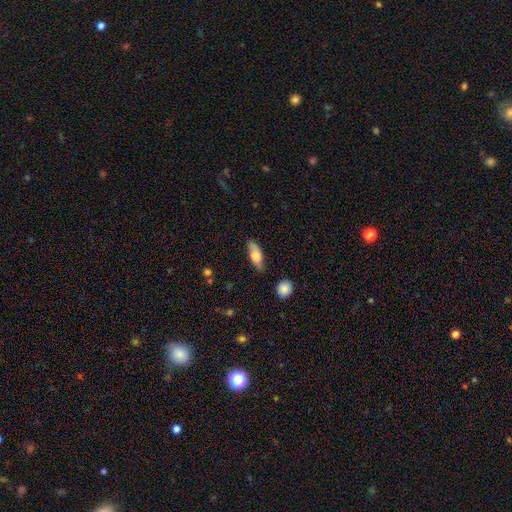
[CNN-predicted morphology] Smooth or featured: smooth — 65% (featured or disk — 29%)
How rounded: in between — 72% (cigar-shaped — 25%)
Merging: none — 78% (minor disturbance — 17%)